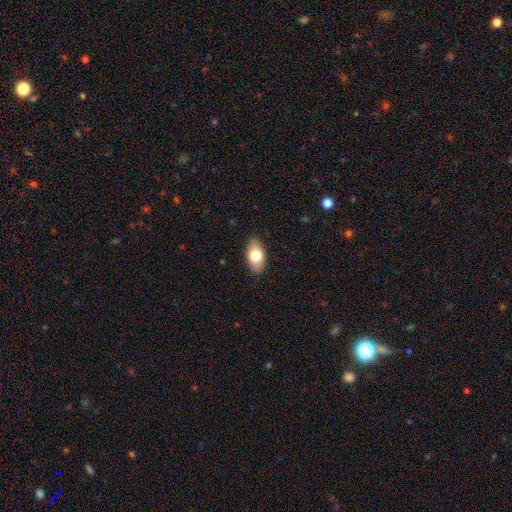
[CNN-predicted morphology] Overall: smooth (77%). How rounded: in between (92%). Merging: none (87%).